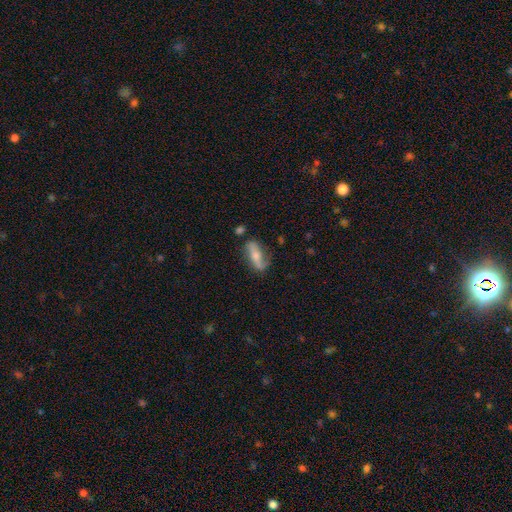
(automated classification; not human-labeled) The model was most divided on "smooth or featured": featured or disk: 54%, smooth: 39%, star or artifact: 7%. More confident: edge-on disk — no (71%); merging — none (69%).